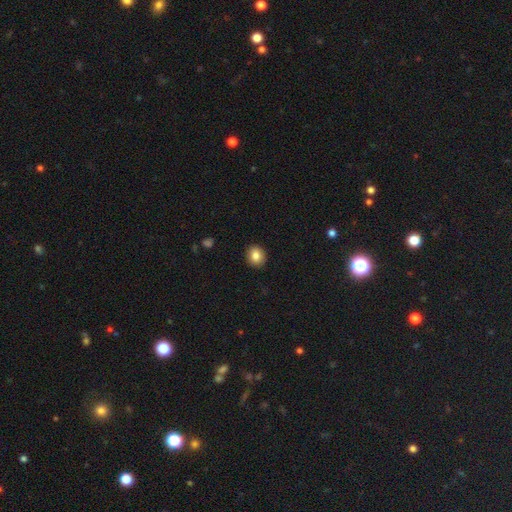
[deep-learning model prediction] Smooth or featured?
  - smooth: 85% *
  - star or artifact: 9%
  - featured or disk: 6%
How rounded?
  - round: 73% *
  - in between: 26%
  - cigar-shaped: 1%
Merging?
  - none: 91% *
  - minor disturbance: 6%
  - major disturbance: 2%
  - merger: 1%